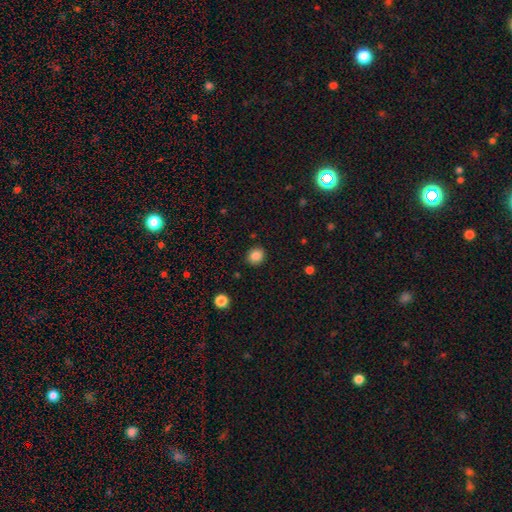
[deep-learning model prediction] Q: Smooth or featured?
A: smooth (86%); runner-up: star or artifact (10%)
Q: How rounded?
A: round (81%); runner-up: in between (19%)
Q: Merging?
A: none (90%); runner-up: minor disturbance (7%)